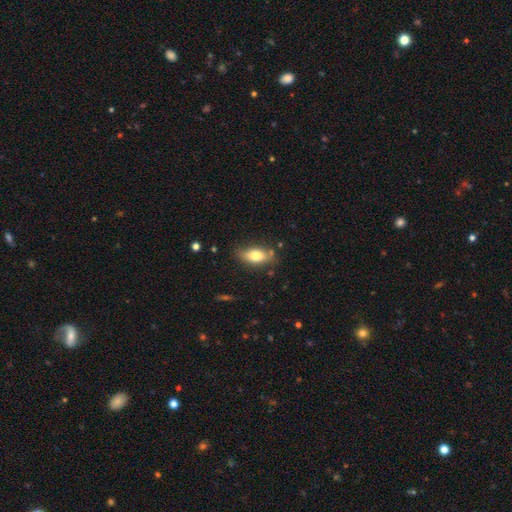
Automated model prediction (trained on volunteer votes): This is likely a smooth galaxy (72%). How rounded: clearly in between (84%). Merging: likely none (75%).